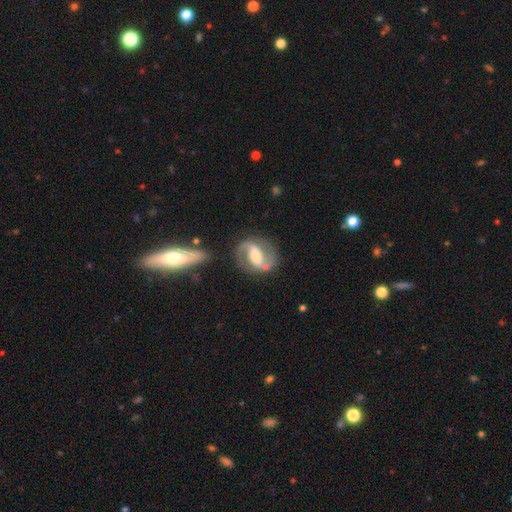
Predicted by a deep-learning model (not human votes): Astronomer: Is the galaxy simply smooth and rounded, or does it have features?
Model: featured or disk — 86%.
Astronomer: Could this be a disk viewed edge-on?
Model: no — 97%.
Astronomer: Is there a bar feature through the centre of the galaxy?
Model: strong — 45% (runner-up: weak, 38%).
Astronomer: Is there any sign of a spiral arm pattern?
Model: yes — 95%.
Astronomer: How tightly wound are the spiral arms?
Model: medium — 56%.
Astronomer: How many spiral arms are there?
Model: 2 — 92%.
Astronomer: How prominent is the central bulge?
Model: moderate — 58%.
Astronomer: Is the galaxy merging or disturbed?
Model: none — 77%.